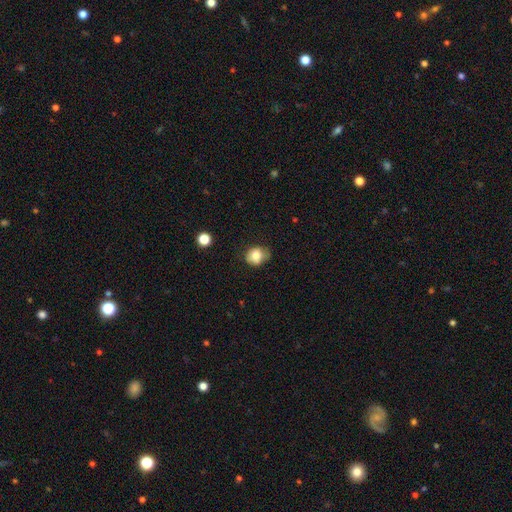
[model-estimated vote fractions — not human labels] This appears to be a smooth galaxy with no disk features (83%) that is round (67%). Merging: none (63%).